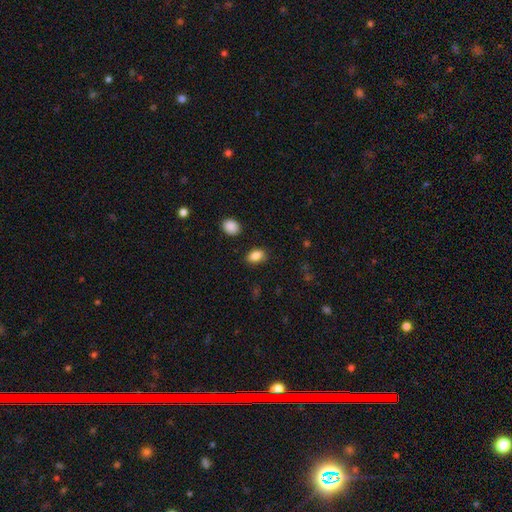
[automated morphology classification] Q: Smooth or featured?
A: smooth (86%); runner-up: star or artifact (9%)
Q: How rounded?
A: in between (84%); runner-up: round (15%)
Q: Merging?
A: none (84%); runner-up: minor disturbance (11%)